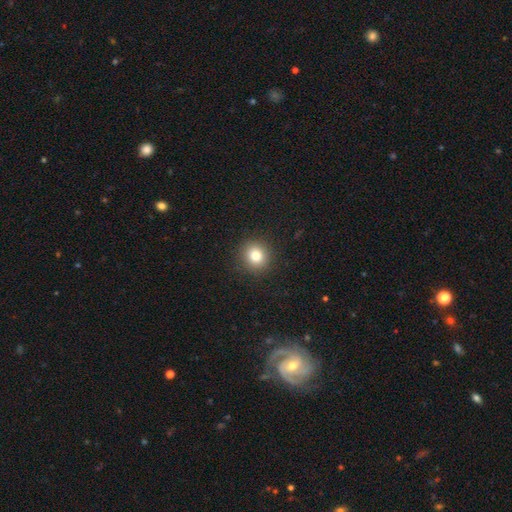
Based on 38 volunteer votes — smooth 87%, star or artifact 8%, featured or disk 5%. Down the decision tree: how rounded — round (100%); merging — none (91%).